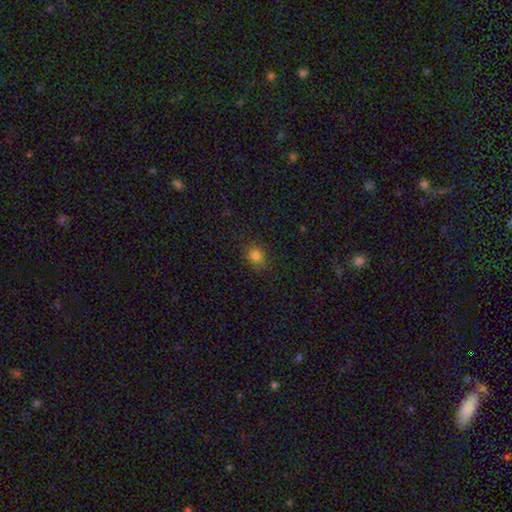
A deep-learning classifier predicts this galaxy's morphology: This appears to be a smooth galaxy with no disk features (81%) that is round (65%). Merging: none (82%).